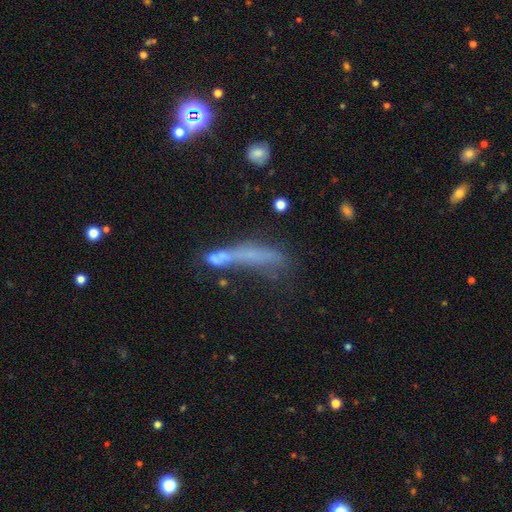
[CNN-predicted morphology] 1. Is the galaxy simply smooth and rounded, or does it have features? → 49% smooth, 37% featured or disk, 14% star or artifact.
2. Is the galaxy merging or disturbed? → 29% none, 27% major disturbance, 26% merger, 18% minor disturbance.